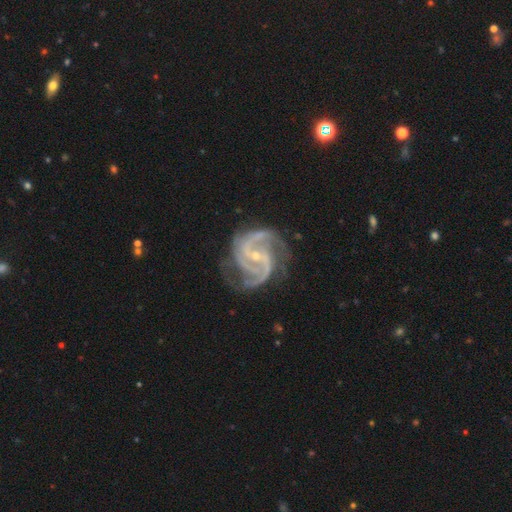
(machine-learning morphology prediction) A featured or disk galaxy (93%) with a weak bar (39%), 2 (54%) medium (60%) spiral arms (99%) and a small central bulge (78%). Merging: none (70%).